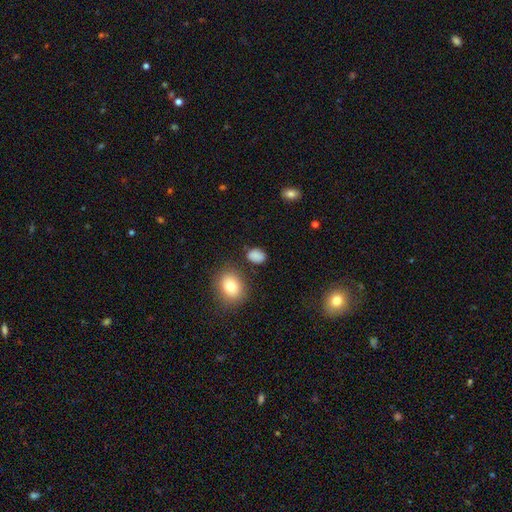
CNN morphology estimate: This is clearly a smooth galaxy (84%). How rounded: likely in between (71%). Merging: likely none (78%).